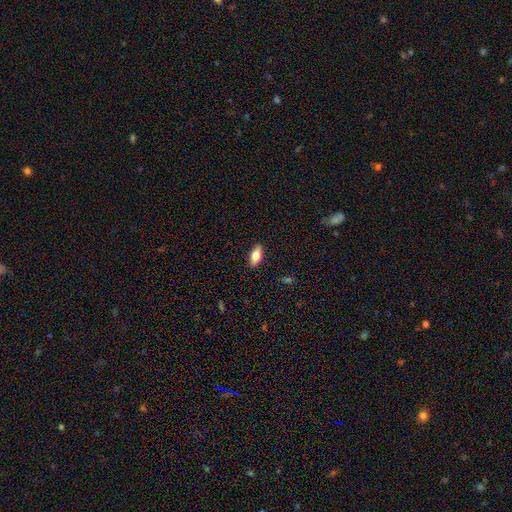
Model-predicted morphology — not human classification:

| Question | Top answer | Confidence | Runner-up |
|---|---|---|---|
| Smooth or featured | smooth | 77% | featured or disk (16%) |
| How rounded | in between | 85% | cigar-shaped (12%) |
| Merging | none | 88% | minor disturbance (9%) |